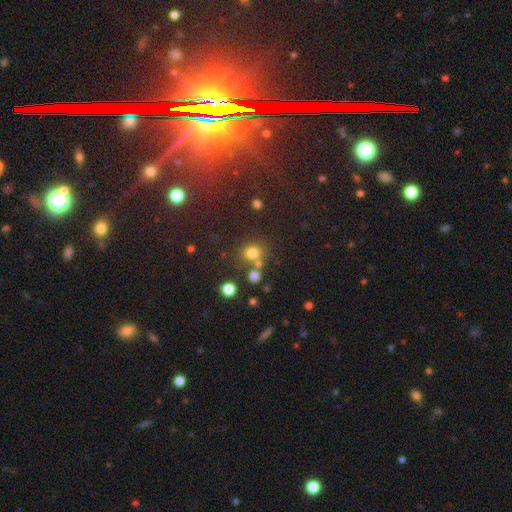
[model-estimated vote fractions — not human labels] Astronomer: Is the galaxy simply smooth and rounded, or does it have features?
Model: smooth — 73%.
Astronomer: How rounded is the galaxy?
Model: round — 80%.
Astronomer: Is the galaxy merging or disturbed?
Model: none — 63%.